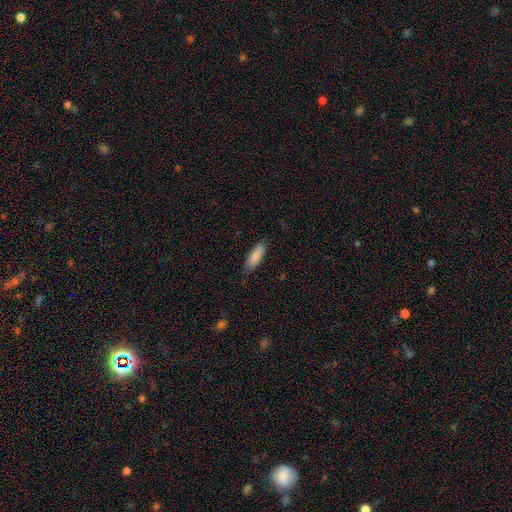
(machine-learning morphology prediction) Smooth or featured? smooth (87%)
How rounded? in between (58%)
Merging? none (79%)